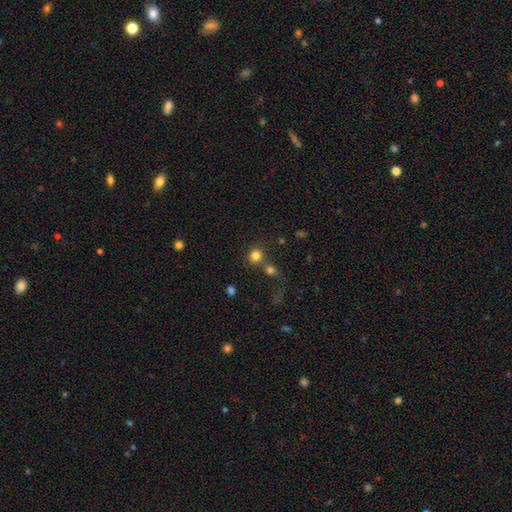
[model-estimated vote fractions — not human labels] This is likely a smooth galaxy (80%). How rounded: clearly round (85%). Merging: possibly none (59%).